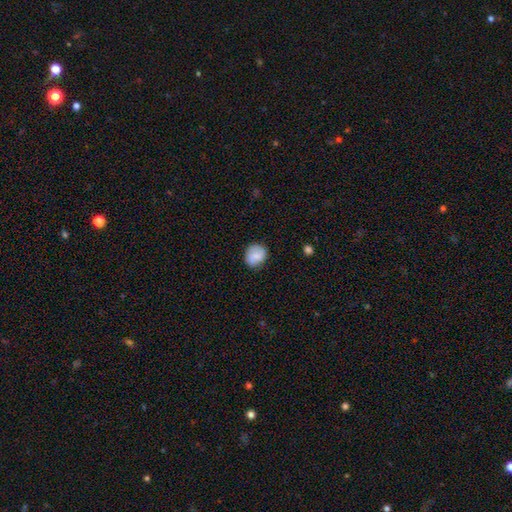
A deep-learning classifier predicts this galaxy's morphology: The model was most divided on "how rounded": round: 73%, in between: 26%, cigar-shaped: 1%. More confident: merging — none (77%); smooth or featured — smooth (75%).